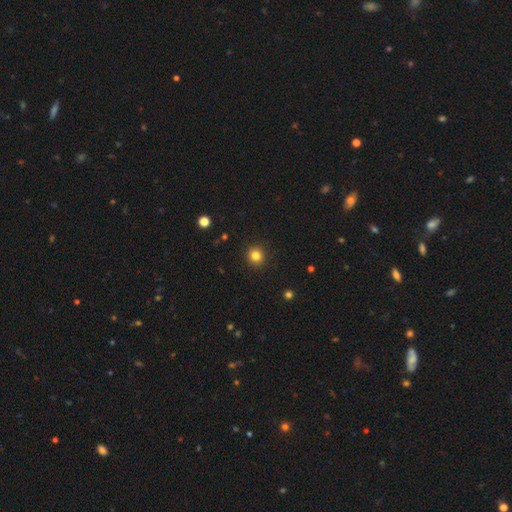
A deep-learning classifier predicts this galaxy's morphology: Overall: smooth (82%). How rounded: round (93%). Merging: none (92%).